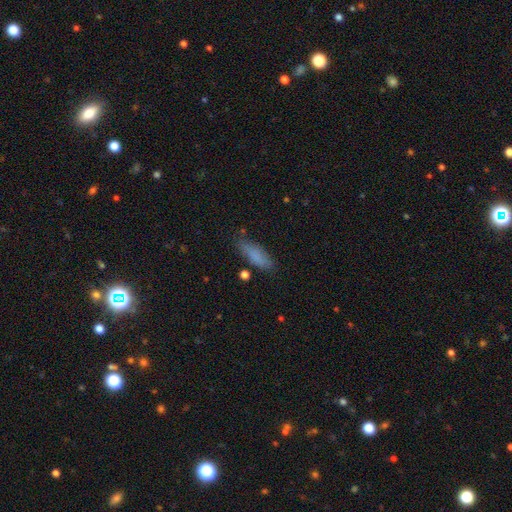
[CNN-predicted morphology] Q: Smooth or featured?
A: smooth (82%); runner-up: featured or disk (10%)
Q: How rounded?
A: in between (50%); runner-up: cigar-shaped (48%)
Q: Merging?
A: none (76%); runner-up: minor disturbance (17%)